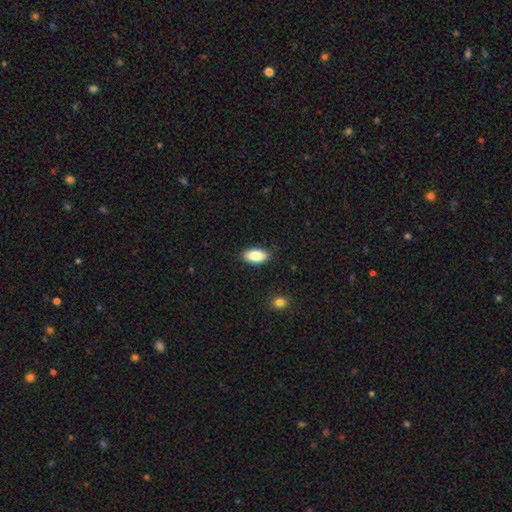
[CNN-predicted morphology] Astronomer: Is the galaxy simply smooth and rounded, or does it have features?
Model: smooth — 84%.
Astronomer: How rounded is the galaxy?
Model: in between — 93%.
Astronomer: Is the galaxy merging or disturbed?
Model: none — 87%.